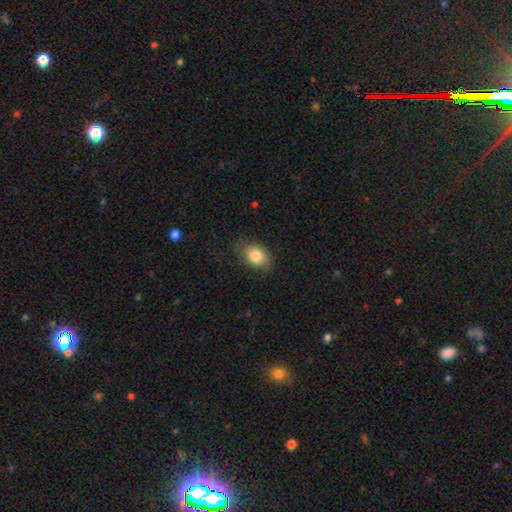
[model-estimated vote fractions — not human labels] smooth-or-featured: smooth: 83% | star or artifact: 8% | featured or disk: 8%
  how-rounded: in between: 72% | round: 27% | cigar-shaped: 1%
  merging: none: 71% | minor disturbance: 22% | major disturbance: 6% | merger: 1%